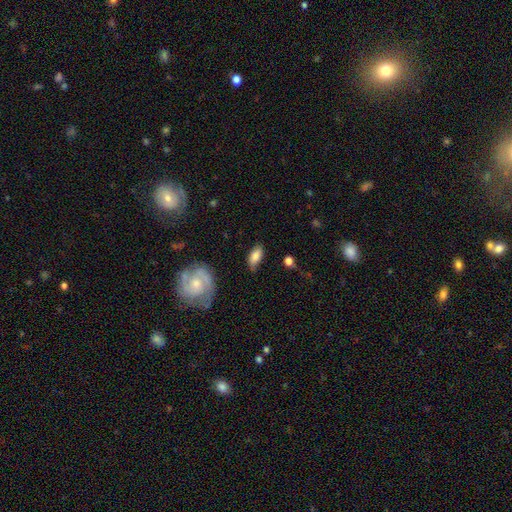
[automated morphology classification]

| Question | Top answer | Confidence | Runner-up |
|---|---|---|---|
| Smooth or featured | smooth | 78% | featured or disk (16%) |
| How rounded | in between | 88% | cigar-shaped (8%) |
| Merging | none | 72% | minor disturbance (20%) |